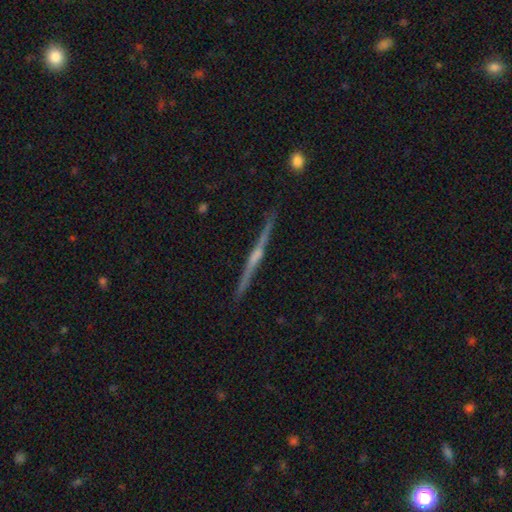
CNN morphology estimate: This appears to be a featured or disk galaxy (84%) viewed edge-on (99%) with a rounded central bulge (75%). Merging: none (92%).